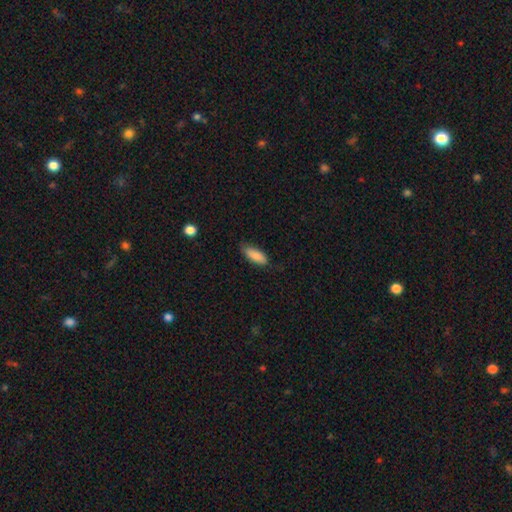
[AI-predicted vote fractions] The model was most divided on "merging": none: 70%, minor disturbance: 24%, major disturbance: 4%, merger: 1%. More confident: smooth or featured — smooth (86%); how rounded — in between (75%).